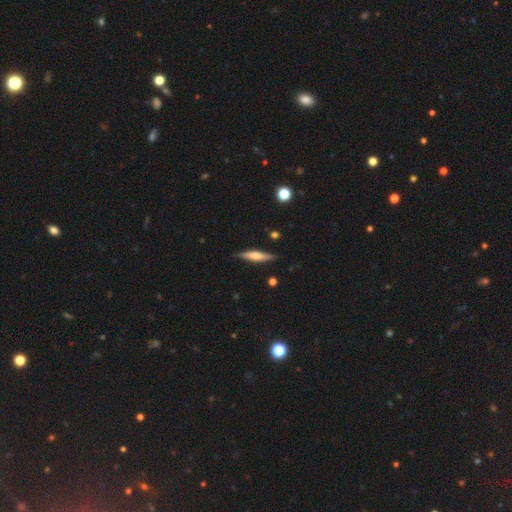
Smooth or featured: smooth — 53% (featured or disk — 39%)
How rounded: cigar-shaped — 65% (in between — 35%)
Merging: none — 71% (minor disturbance — 26%)